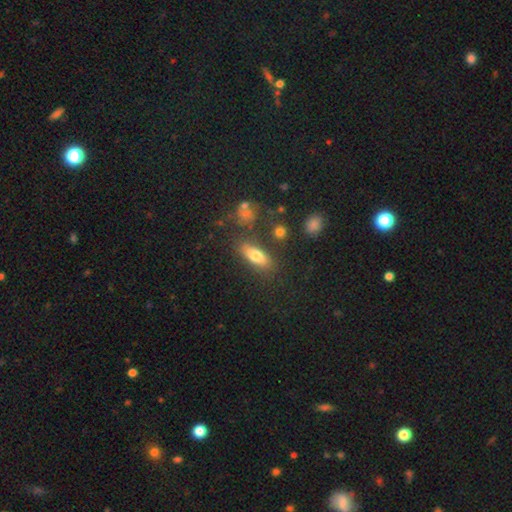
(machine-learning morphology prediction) A smooth galaxy with no disk features (74%) that is in between round and cigar-shaped (65%).

Vote fractions:
- Smooth or featured? smooth: 74% / featured or disk: 16% / star or artifact: 9%
- How rounded? in between: 65% / cigar-shaped: 31% / round: 4%
- Merging? none: 77% / minor disturbance: 13% / merger: 5% / major disturbance: 5%